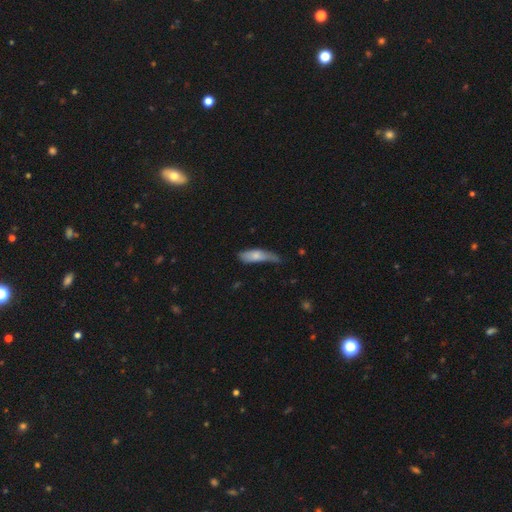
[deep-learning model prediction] Smooth or featured: smooth — 74% (featured or disk — 20%)
How rounded: in between — 51% (cigar-shaped — 47%)
Merging: minor disturbance — 46% (none — 32%)